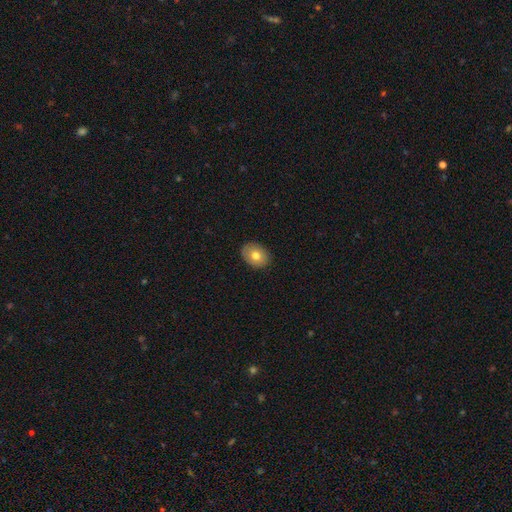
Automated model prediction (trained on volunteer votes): smooth_or_featured: smooth (p=0.73) [alt: featured or disk p=0.19]
how_rounded: in between (p=0.68) [alt: round p=0.31]
merging: none (p=0.88) [alt: minor disturbance p=0.09]